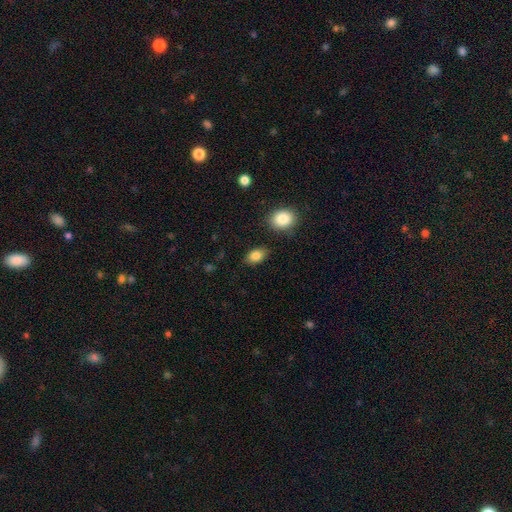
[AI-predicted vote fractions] smooth-or-featured: smooth: 85% | star or artifact: 8% | featured or disk: 7%
  how-rounded: in between: 83% | round: 16% | cigar-shaped: 1%
  merging: none: 83% | minor disturbance: 11% | merger: 3% | major disturbance: 3%